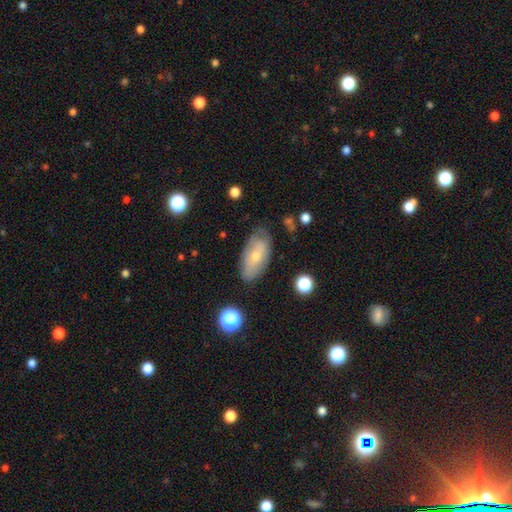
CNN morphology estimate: A smooth galaxy with no disk features (58%) that is in between round and cigar-shaped (89%).

Vote fractions:
- Smooth or featured? smooth: 58% / featured or disk: 34% / star or artifact: 8%
- How rounded? in between: 89% / cigar-shaped: 7% / round: 4%
- Merging? none: 71% / minor disturbance: 21% / major disturbance: 6% / merger: 2%